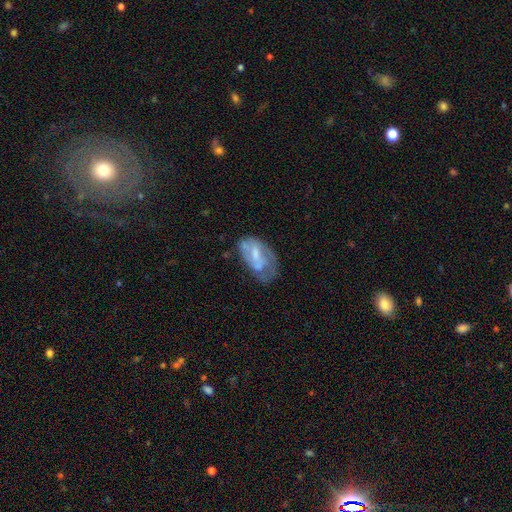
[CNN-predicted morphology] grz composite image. It shows a featured or disk galaxy (55%) with no bar (44%), no spiral arms (53%) and a moderate central bulge (38%). Merging: none (36%).